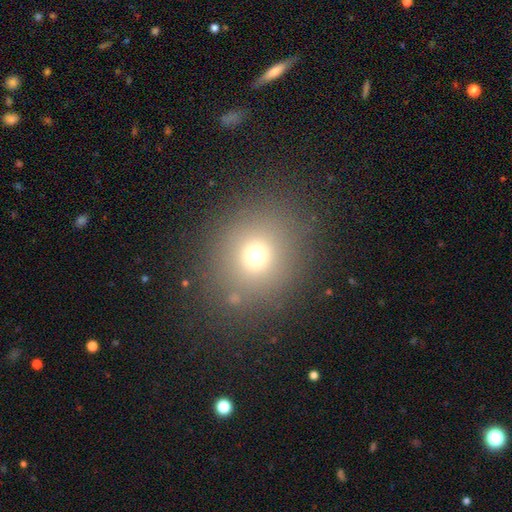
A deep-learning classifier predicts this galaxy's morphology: Smooth or featured: smooth — 69% (star or artifact — 20%)
How rounded: round — 80% (in between — 19%)
Merging: none — 84% (minor disturbance — 9%)